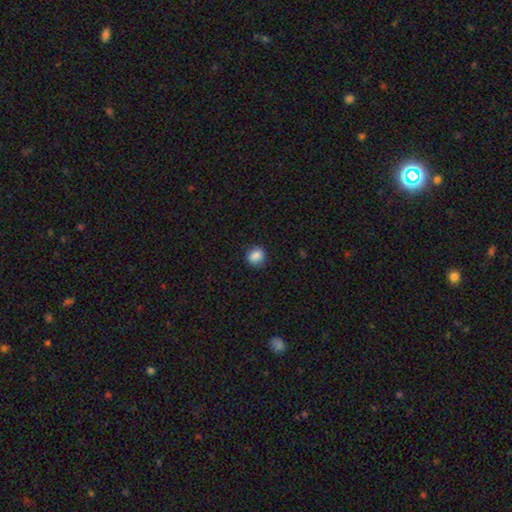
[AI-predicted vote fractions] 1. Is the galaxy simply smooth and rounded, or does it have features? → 86% smooth, 9% star or artifact, 5% featured or disk.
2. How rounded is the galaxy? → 72% round, 27% in between, 1% cigar-shaped.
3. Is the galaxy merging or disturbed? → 85% none, 12% minor disturbance, 3% major disturbance, 1% merger.